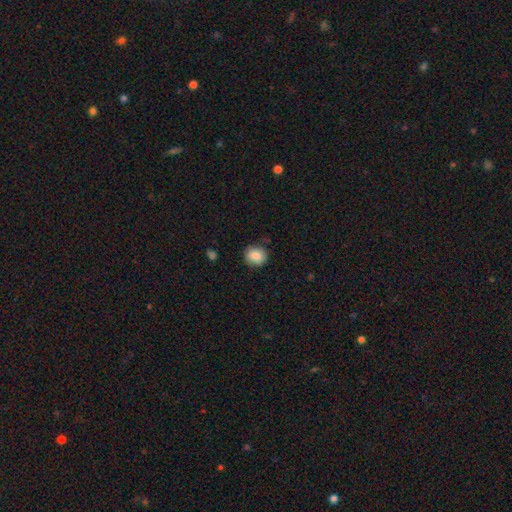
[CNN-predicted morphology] Q: Smooth or featured?
A: smooth (86%); runner-up: star or artifact (8%)
Q: How rounded?
A: round (81%); runner-up: in between (18%)
Q: Merging?
A: none (83%); runner-up: minor disturbance (13%)